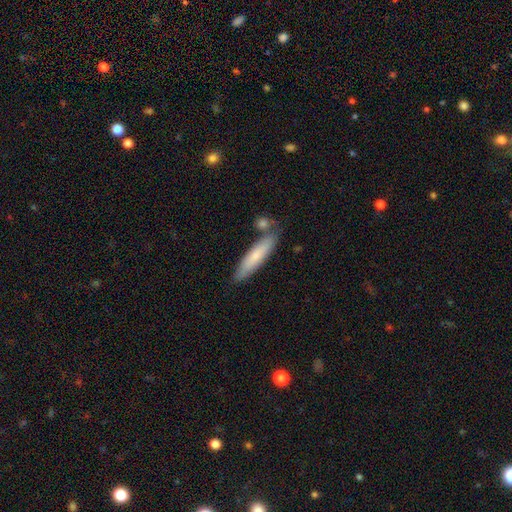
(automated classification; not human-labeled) A smooth galaxy with no disk features (73%) that is cigar-shaped (82%). Merging: none (74%).